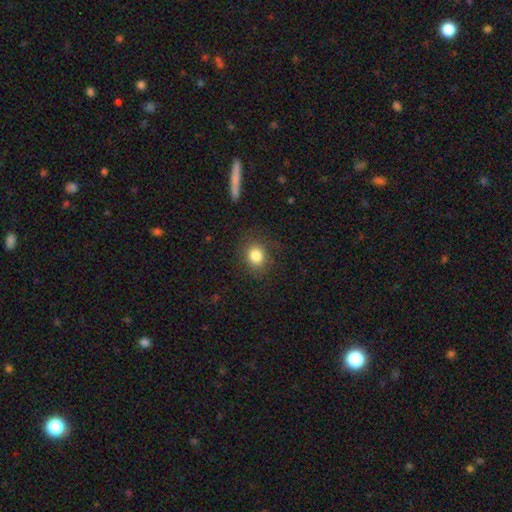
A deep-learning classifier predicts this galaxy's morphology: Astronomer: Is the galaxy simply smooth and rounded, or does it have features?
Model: smooth — 83%.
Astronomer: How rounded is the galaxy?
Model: round — 74%.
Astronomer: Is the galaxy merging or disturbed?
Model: none — 84%.